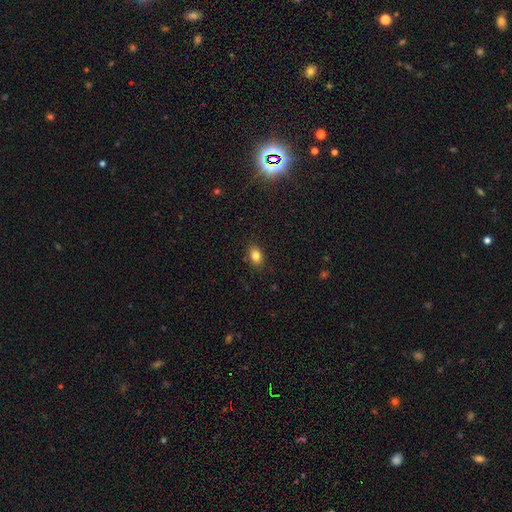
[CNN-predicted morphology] This is clearly a smooth galaxy (82%). How rounded: likely in between (79%). Merging: clearly none (86%).